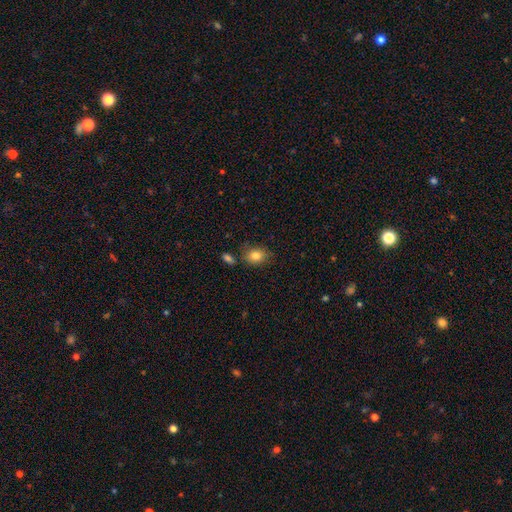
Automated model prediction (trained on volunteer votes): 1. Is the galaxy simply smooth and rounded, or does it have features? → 82% smooth, 9% star or artifact, 9% featured or disk.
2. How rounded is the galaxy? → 57% in between, 41% round, 1% cigar-shaped.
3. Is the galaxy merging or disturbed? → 75% none, 16% minor disturbance, 6% merger, 4% major disturbance.